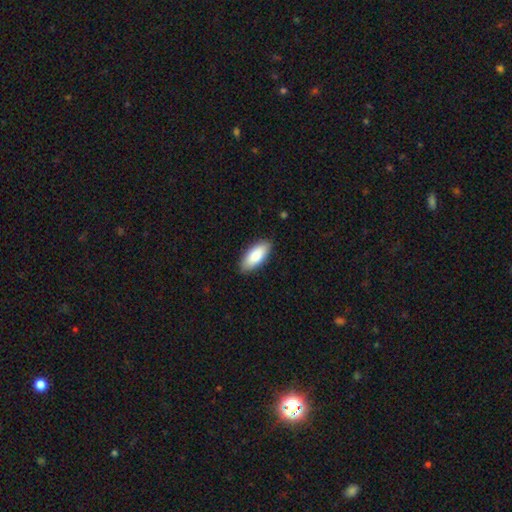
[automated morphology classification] type=smooth (82%); roundness=in between (85%); merging=none (87%).